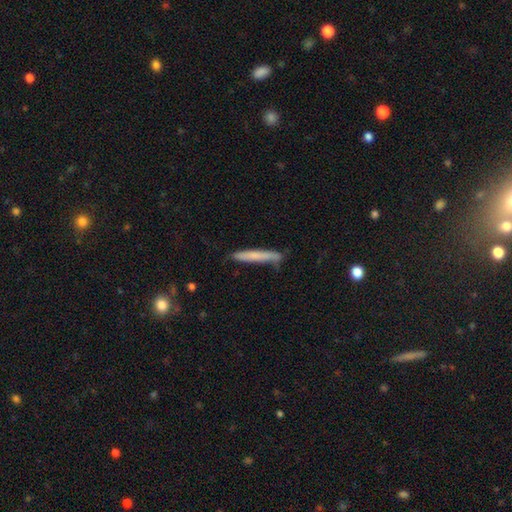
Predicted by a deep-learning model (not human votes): The model was most divided on "smooth or featured": smooth: 68%, featured or disk: 26%, star or artifact: 6%. More confident: how rounded — cigar-shaped (95%); merging — none (77%).